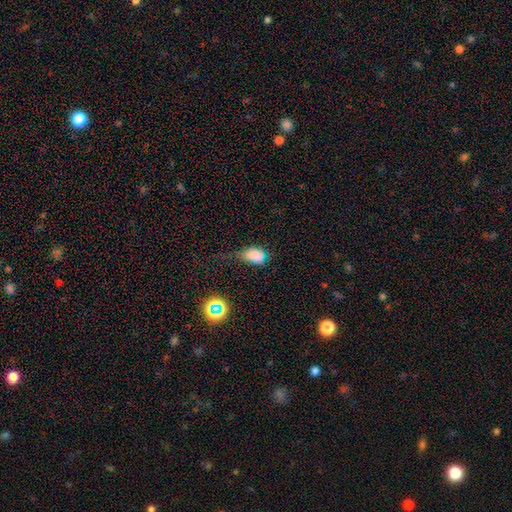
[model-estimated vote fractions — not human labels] Morphology: type=smooth (75%); roundness=in between (82%); merging=minor disturbance (34%).